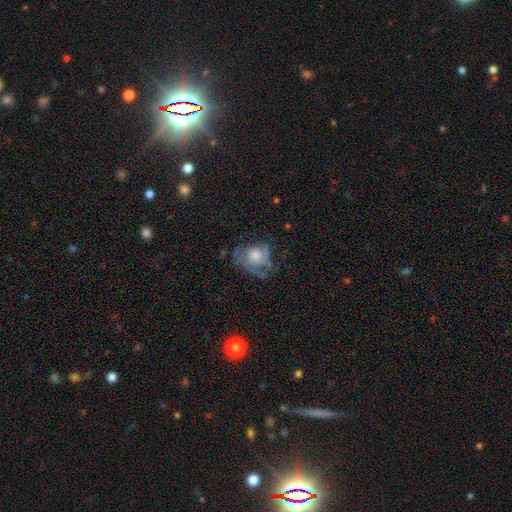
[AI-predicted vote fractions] Smooth or featured?
  - featured or disk: 53% *
  - smooth: 38%
  - star or artifact: 9%
Edge-on disk?
  - no: 97% *
  - yes: 3%
Bar?
  - no: 84% *
  - weak: 13%
  - strong: 2%
Spiral arms?
  - yes: 58% *
  - no: 42%
Bulge size?
  - moderate: 41% *
  - large: 29%
  - small: 18%
  - none: 9%
  - dominant: 3%
Merging?
  - none: 40% *
  - major disturbance: 31%
  - minor disturbance: 27%
  - merger: 2%